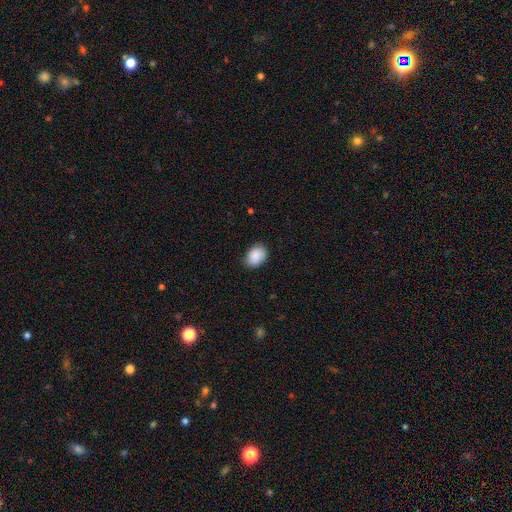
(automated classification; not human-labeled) smooth_or_featured: smooth (p=0.89) [alt: star or artifact p=0.07]
how_rounded: in between (p=0.76) [alt: round p=0.23]
merging: none (p=0.83) [alt: minor disturbance p=0.14]